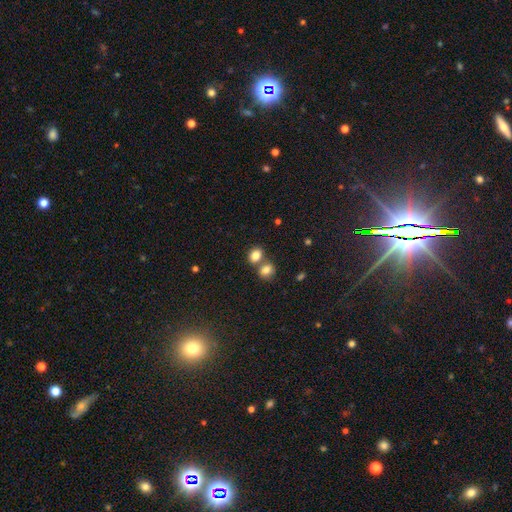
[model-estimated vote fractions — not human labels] Morphology: type=smooth (82%); roundness=round (54%); merging=none (48%).